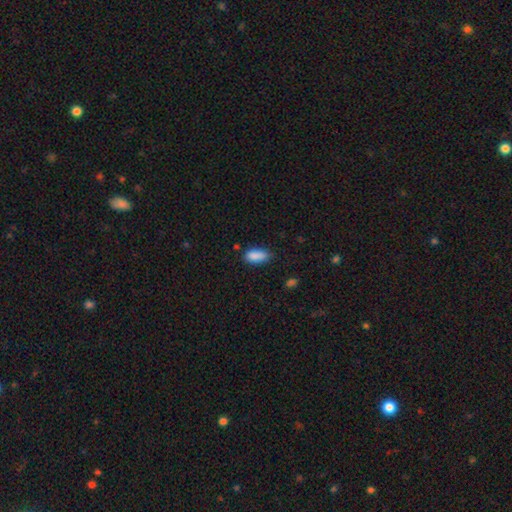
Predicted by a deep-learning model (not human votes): This is clearly a smooth galaxy (88%). How rounded: clearly in between (84%). Merging: likely none (67%).